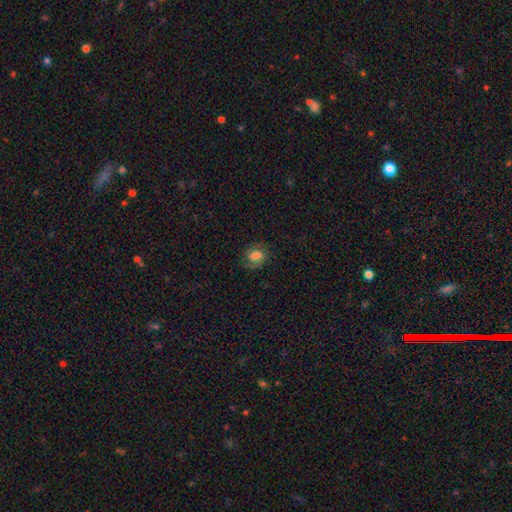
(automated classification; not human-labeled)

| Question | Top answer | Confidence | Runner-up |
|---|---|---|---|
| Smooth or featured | smooth | 62% | featured or disk (28%) |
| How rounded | round | 49% | tied: in between (49%) |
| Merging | none | 68% | minor disturbance (20%) |